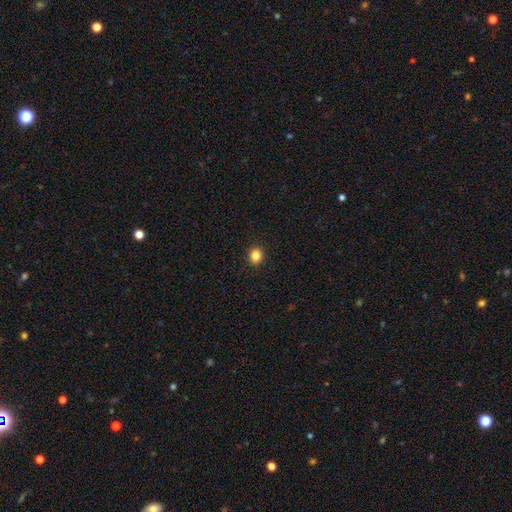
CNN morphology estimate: type=smooth (85%); roundness=round (73%); merging=none (92%).